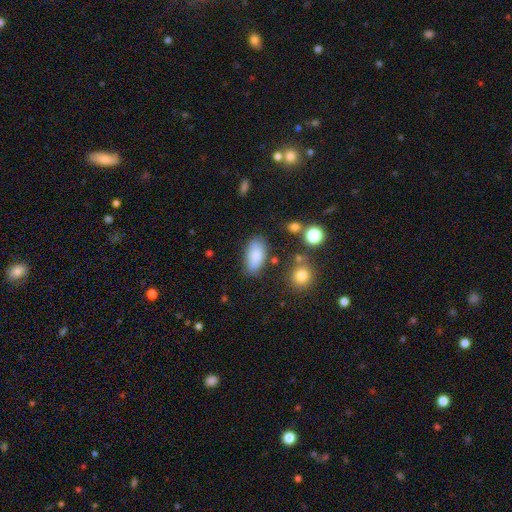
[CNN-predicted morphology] smooth-or-featured: smooth: 83% | featured or disk: 10% | star or artifact: 7%
  how-rounded: in between: 92% | cigar-shaped: 4% | round: 4%
  merging: none: 74% | minor disturbance: 17% | major disturbance: 5% | merger: 4%